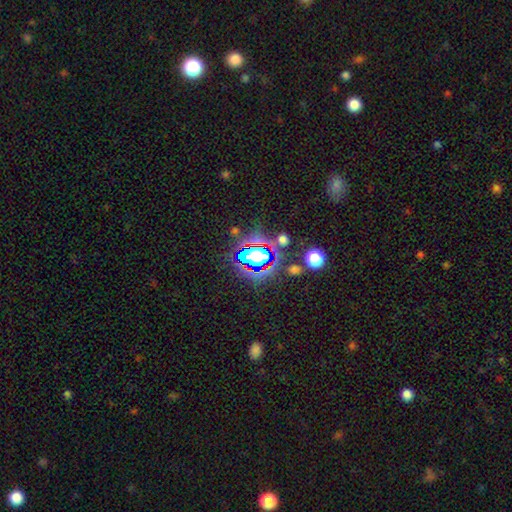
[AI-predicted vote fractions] A star or artifact, not a galaxy (63%).

Vote fractions:
- Smooth or featured? star or artifact: 63% / smooth: 25% / featured or disk: 12%